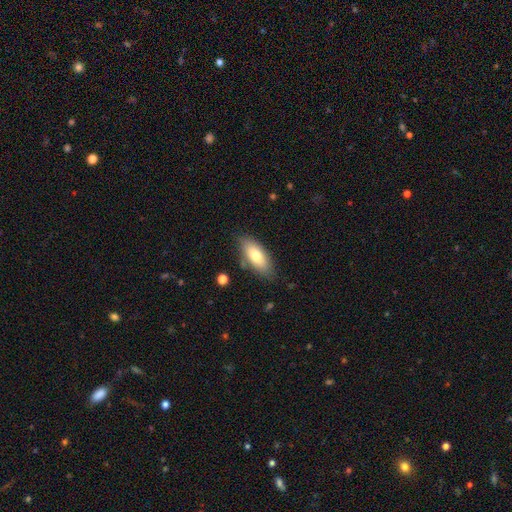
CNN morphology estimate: Overall: smooth (74%). How rounded: in between (83%). Merging: none (78%).